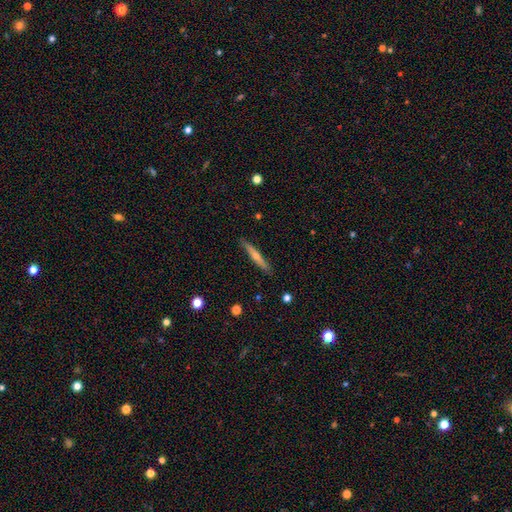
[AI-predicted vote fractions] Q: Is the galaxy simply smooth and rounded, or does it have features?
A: featured or disk — 60%.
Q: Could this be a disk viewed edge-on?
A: yes — 96%.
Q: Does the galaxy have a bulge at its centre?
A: rounded — 80%.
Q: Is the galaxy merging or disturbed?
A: none — 89%.